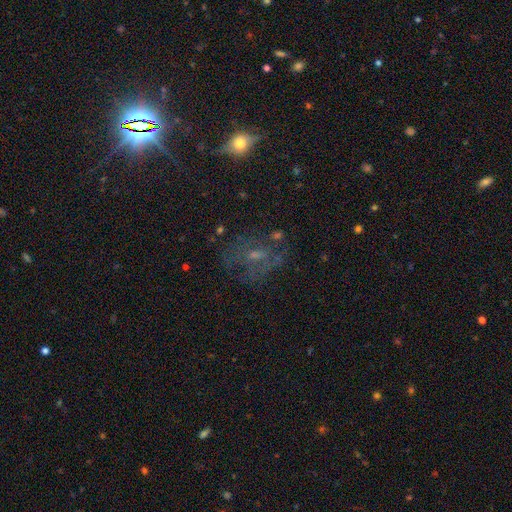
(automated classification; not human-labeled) Smooth or featured? Predicted: featured or disk (p=0.49). Merging? Predicted: none (p=0.57).